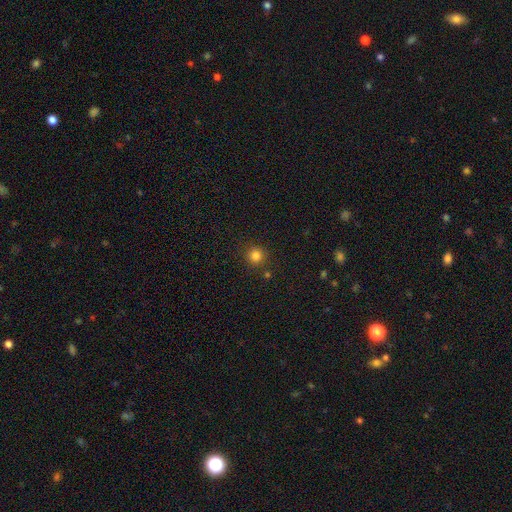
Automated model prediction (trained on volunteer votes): The model was most divided on "smooth or featured": smooth: 81%, star or artifact: 14%, featured or disk: 5%. More confident: how rounded — round (94%); merging — none (87%).